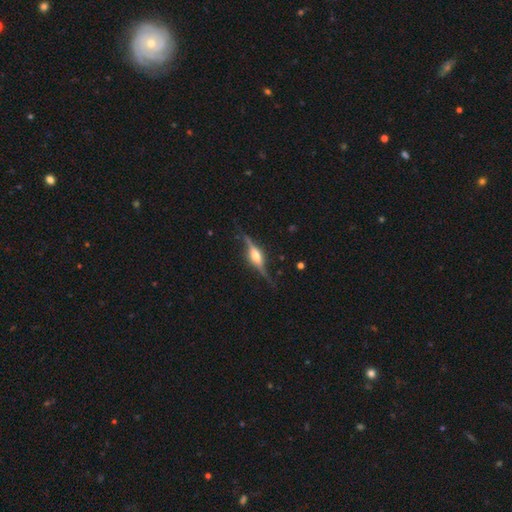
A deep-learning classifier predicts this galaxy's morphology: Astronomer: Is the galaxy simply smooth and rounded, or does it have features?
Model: featured or disk — 83%.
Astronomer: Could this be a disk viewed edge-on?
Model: yes — 94%.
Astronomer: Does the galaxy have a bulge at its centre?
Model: rounded — 87%.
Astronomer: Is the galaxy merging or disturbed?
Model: none — 79%.